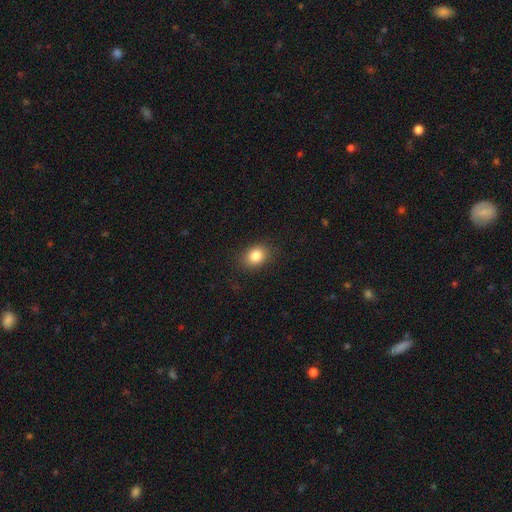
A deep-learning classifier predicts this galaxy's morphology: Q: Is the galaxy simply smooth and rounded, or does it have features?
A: smooth — 84%.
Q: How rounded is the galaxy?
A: in between — 56%.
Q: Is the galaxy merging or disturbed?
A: none — 86%.